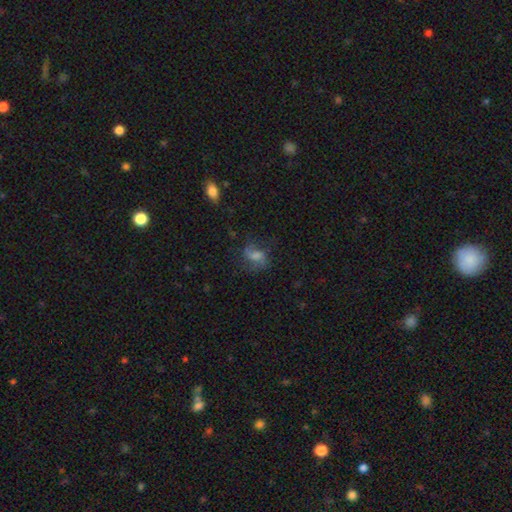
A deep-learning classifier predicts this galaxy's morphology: Smooth or featured? featured or disk (48%)
Merging? none (62%)